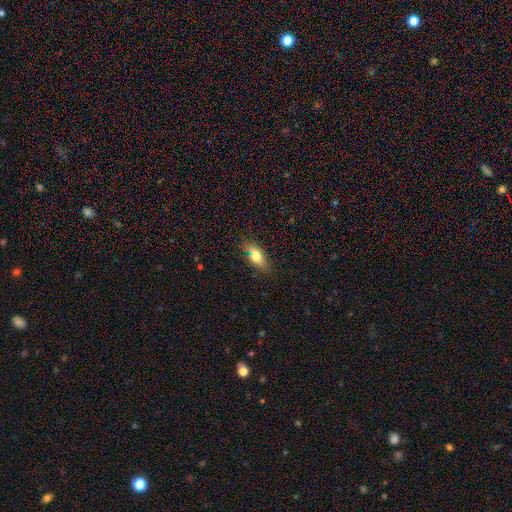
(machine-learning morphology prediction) smooth-or-featured: smooth: 71% | featured or disk: 21% | star or artifact: 9%
  how-rounded: in between: 72% | cigar-shaped: 22% | round: 5%
  merging: none: 80% | minor disturbance: 15% | major disturbance: 3% | merger: 1%